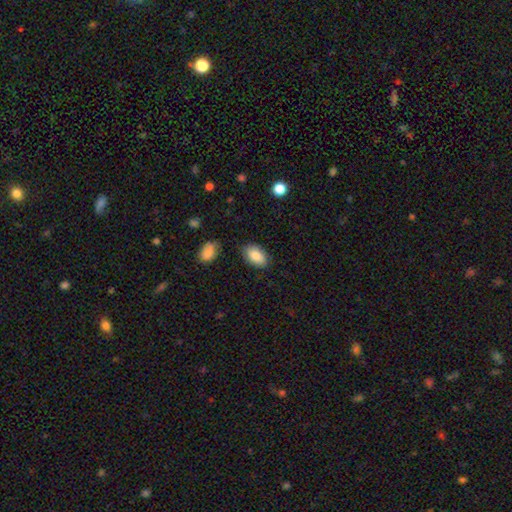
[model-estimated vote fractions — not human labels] Overall: smooth (86%). How rounded: in between (93%). Merging: none (82%).